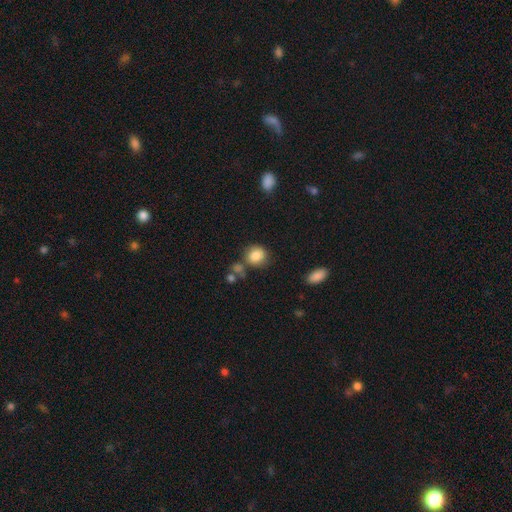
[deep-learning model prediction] Overall: smooth (85%). How rounded: round (73%). Merging: none (67%).